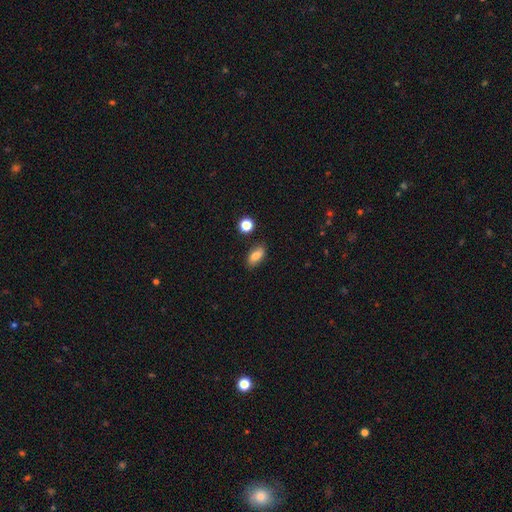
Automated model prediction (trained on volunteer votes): Q: Smooth or featured?
A: smooth (78%); runner-up: featured or disk (13%)
Q: How rounded?
A: in between (85%); runner-up: cigar-shaped (8%)
Q: Merging?
A: none (84%); runner-up: minor disturbance (11%)